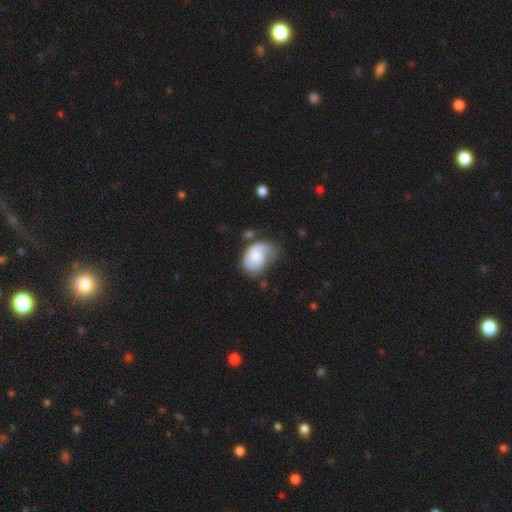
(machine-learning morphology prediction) Smooth or featured? smooth (54%)
How rounded? in between (73%)
Merging? minor disturbance (32%)